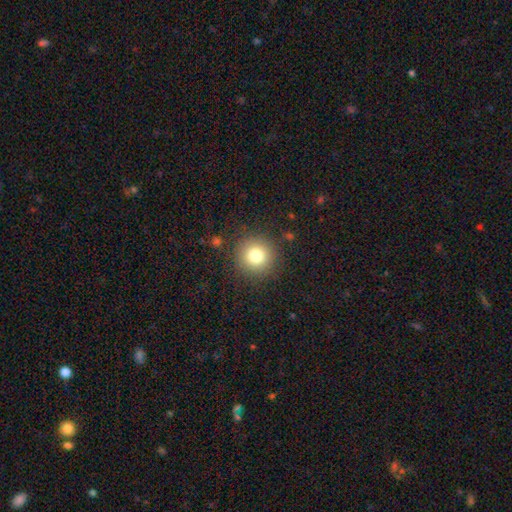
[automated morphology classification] Q: Smooth or featured?
A: smooth (79%); runner-up: star or artifact (12%)
Q: How rounded?
A: round (95%); runner-up: in between (4%)
Q: Merging?
A: none (88%); runner-up: minor disturbance (7%)